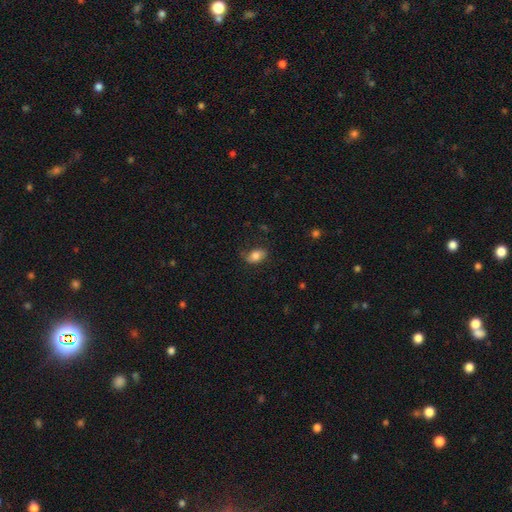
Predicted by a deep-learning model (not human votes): Q: Smooth or featured?
A: smooth (81%); runner-up: featured or disk (11%)
Q: How rounded?
A: in between (85%); runner-up: round (13%)
Q: Merging?
A: none (71%); runner-up: minor disturbance (22%)